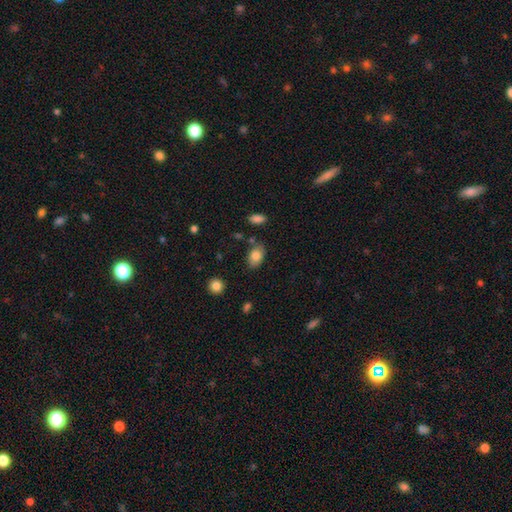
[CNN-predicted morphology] A smooth galaxy with no disk features (83%) that is in between round and cigar-shaped (86%). Merging: none (75%).